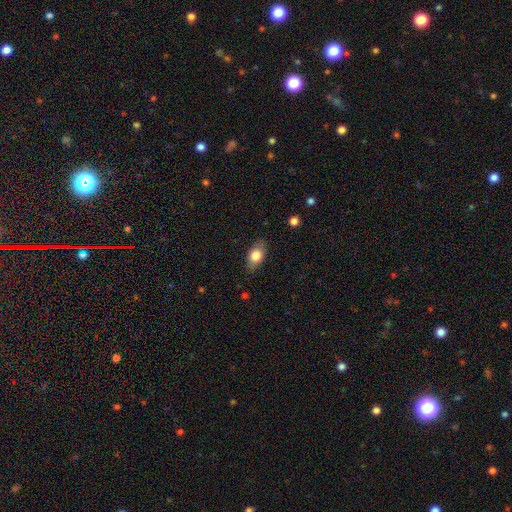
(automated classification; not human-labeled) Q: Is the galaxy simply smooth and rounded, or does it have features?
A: smooth — 79%.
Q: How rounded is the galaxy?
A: in between — 86%.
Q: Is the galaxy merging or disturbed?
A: none — 82%.